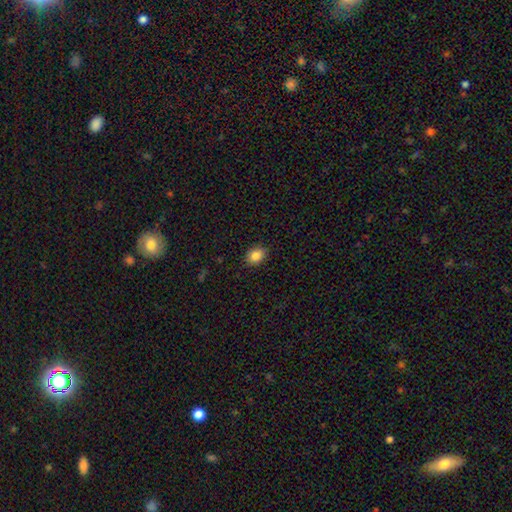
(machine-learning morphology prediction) Smooth or featured? Predicted: smooth (p=0.86). How rounded? Predicted: in between (p=0.64). Merging? Predicted: none (p=0.87).